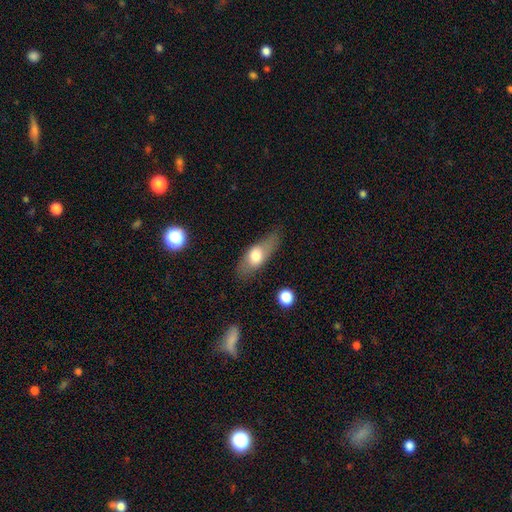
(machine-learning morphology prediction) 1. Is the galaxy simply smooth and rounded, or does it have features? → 61% smooth, 32% featured or disk, 7% star or artifact.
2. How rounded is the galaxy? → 70% in between, 25% cigar-shaped, 5% round.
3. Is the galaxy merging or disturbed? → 65% none, 23% minor disturbance, 9% major disturbance, 2% merger.